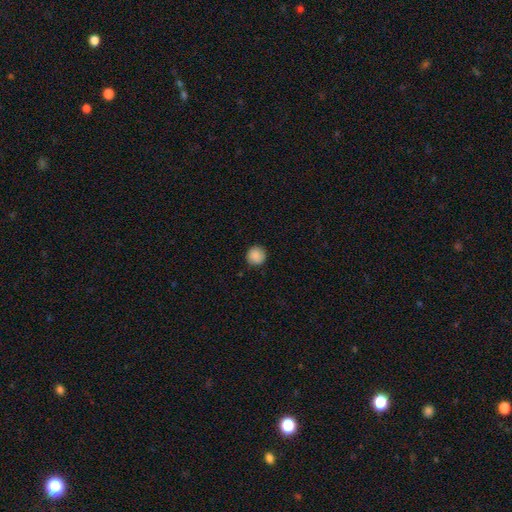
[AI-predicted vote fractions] Smooth or featured?
  - smooth: 88% *
  - star or artifact: 9%
  - featured or disk: 3%
How rounded?
  - round: 94% *
  - in between: 5%
  - cigar-shaped: 1%
Merging?
  - none: 89% *
  - minor disturbance: 8%
  - major disturbance: 2%
  - merger: 1%